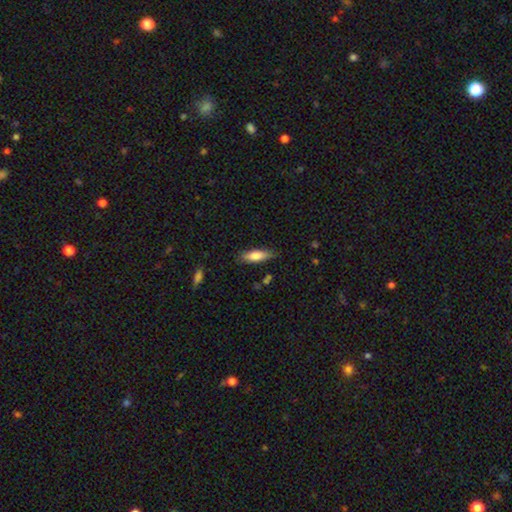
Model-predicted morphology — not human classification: smooth_or_featured: smooth (p=0.77) [alt: featured or disk p=0.16]
how_rounded: in between (p=0.51) [alt: cigar-shaped p=0.47]
merging: none (p=0.82) [alt: minor disturbance p=0.14]